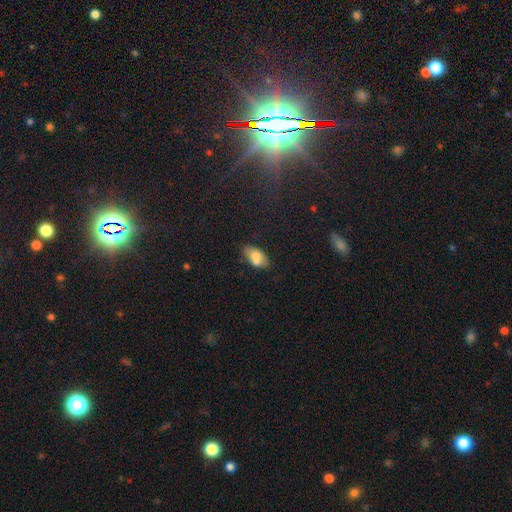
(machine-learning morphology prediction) A smooth galaxy with no disk features (76%) that is in between round and cigar-shaped (92%).

Vote fractions:
- Smooth or featured? smooth: 76% / featured or disk: 15% / star or artifact: 9%
- How rounded? in between: 92% / round: 5% / cigar-shaped: 3%
- Merging? none: 61% / minor disturbance: 24% / merger: 10% / major disturbance: 6%